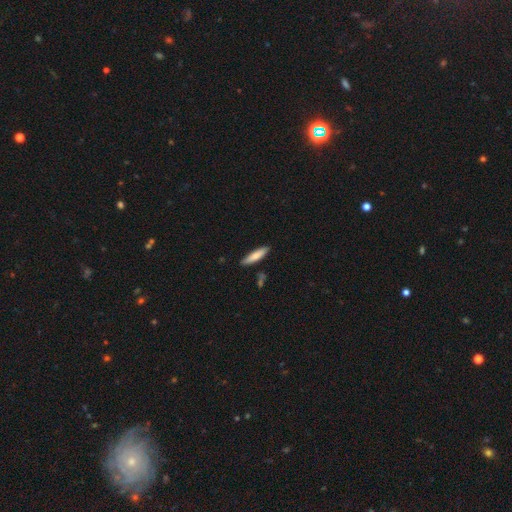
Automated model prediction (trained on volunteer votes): Smooth or featured? smooth (76%)
How rounded? cigar-shaped (77%)
Merging? none (85%)